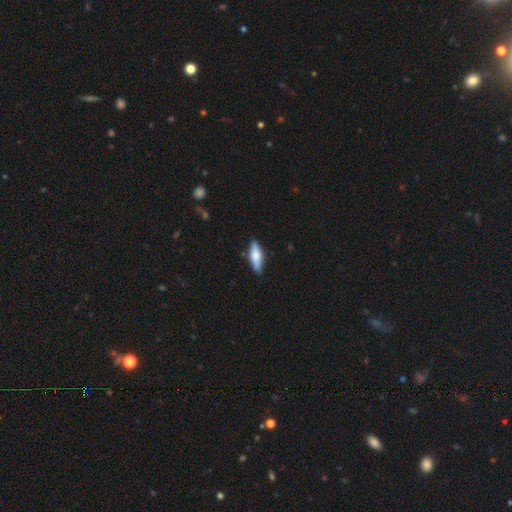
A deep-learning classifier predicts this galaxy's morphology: Smooth or featured: smooth — 63% (featured or disk — 31%)
How rounded: in between — 50% (cigar-shaped — 48%)
Merging: none — 85% (minor disturbance — 12%)